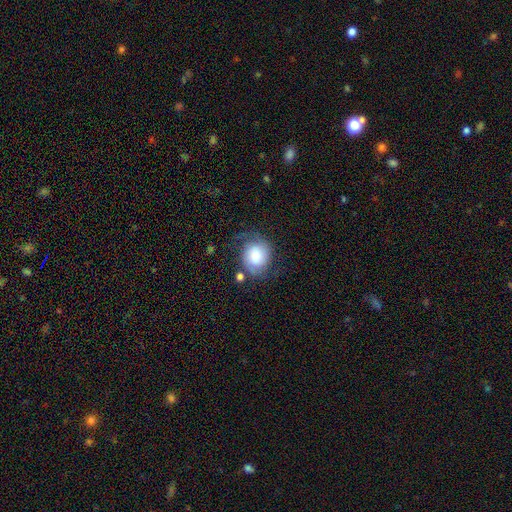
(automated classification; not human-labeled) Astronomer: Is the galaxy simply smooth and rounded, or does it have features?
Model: smooth — 50% (runner-up: featured or disk, 41%).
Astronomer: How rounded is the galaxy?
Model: round — 66%.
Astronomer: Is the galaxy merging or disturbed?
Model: none — 52%.